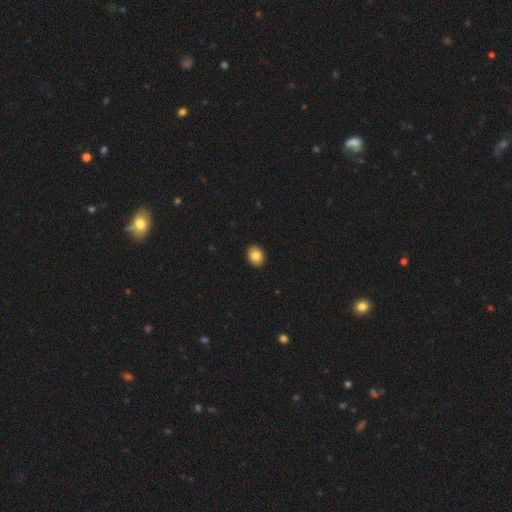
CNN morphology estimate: Smooth or featured? smooth (85%)
How rounded? in between (59%)
Merging? none (92%)